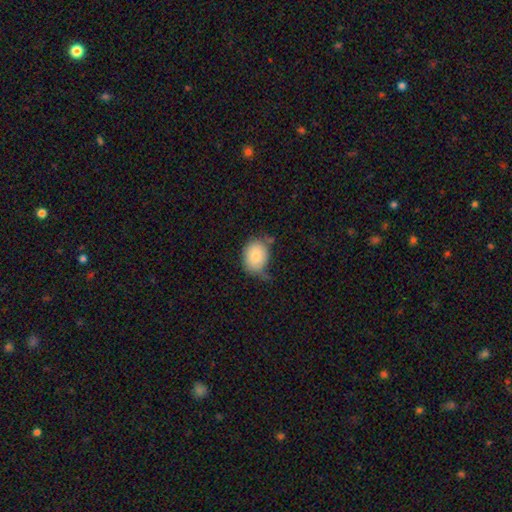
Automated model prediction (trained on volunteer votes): This is clearly a smooth galaxy (82%). How rounded: possibly in between (51%). Merging: possibly none (45%).